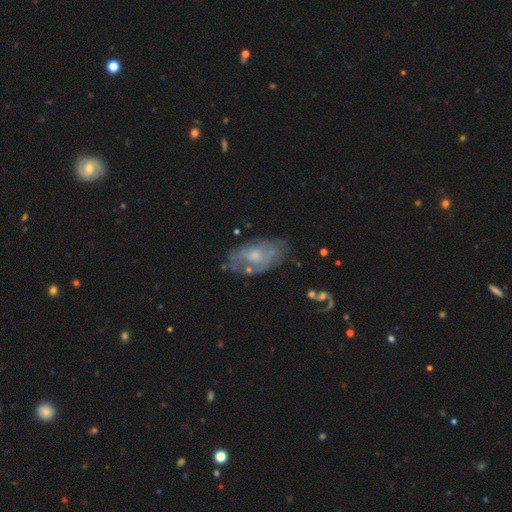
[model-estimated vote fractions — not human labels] This appears to be a featured or disk galaxy (63%) with no bar (76%), no spiral arms (51%) and a small central bulge (46%). Merging: none (62%).